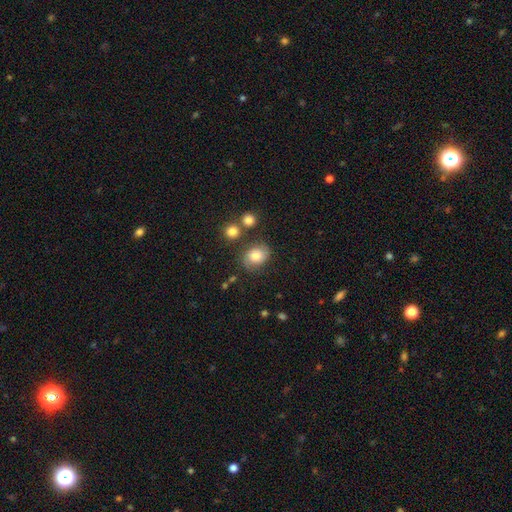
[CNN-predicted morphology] The model was most divided on "how rounded": in between: 52%, round: 47%, cigar-shaped: 1%. More confident: merging — none (71%); smooth or featured — smooth (56%).